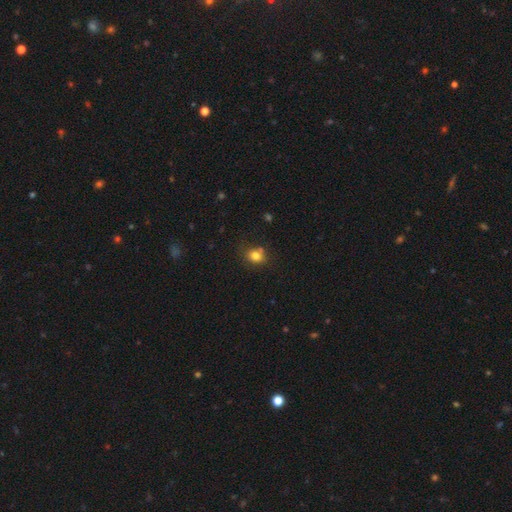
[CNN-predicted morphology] type=smooth (79%); roundness=round (57%); merging=none (63%).